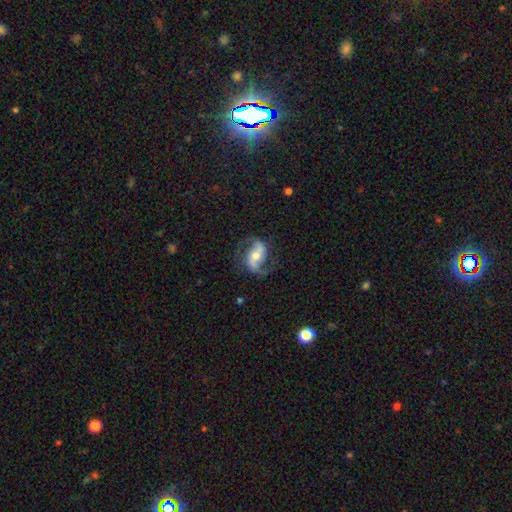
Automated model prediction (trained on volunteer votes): The model was most divided on "bar" (2-way tie): weak: 35%, strong: 35%, no: 30%. Remaining: edge-on disk — no (97%); spiral arms — yes (95%); spiral arm count — 2 (91%); smooth or featured — featured or disk (83%); merging — none (73%); bulge size — moderate (59%); spiral winding — loose (49%).